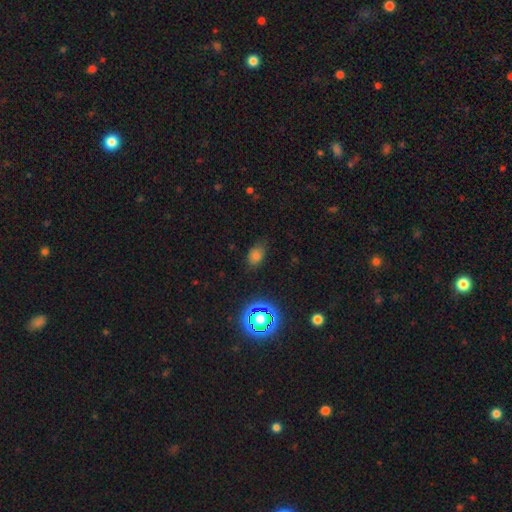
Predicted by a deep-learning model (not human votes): Morphology: type=smooth (70%); roundness=in between (82%); merging=none (75%).